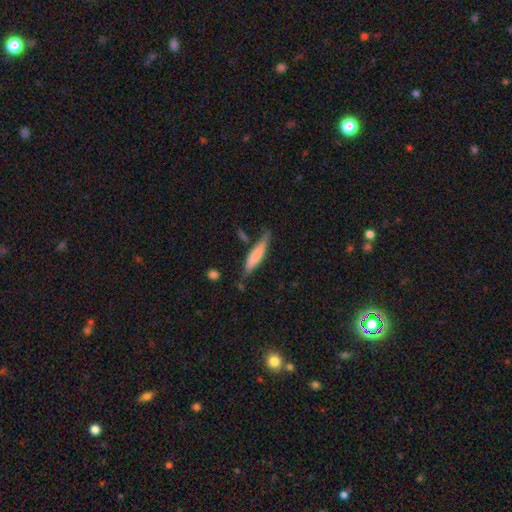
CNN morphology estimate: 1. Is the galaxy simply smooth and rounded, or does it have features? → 71% smooth, 23% featured or disk, 6% star or artifact.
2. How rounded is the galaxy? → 83% cigar-shaped, 15% in between, 1% round.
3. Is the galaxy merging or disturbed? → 65% none, 24% minor disturbance, 6% major disturbance, 5% merger.